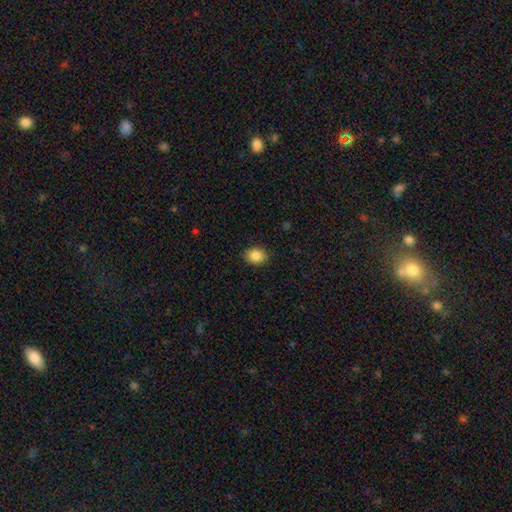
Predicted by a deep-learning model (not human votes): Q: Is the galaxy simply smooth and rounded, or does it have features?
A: smooth — 86%.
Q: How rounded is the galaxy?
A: in between — 55%.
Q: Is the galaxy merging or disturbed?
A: none — 89%.